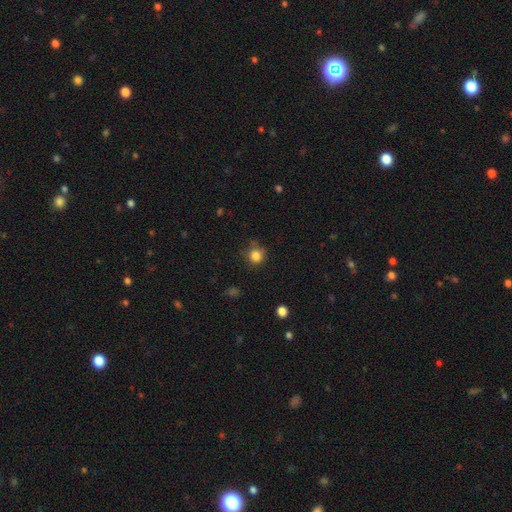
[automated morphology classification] smooth 83%, star or artifact 12%, featured or disk 5%. Down the decision tree: how rounded — round (90%); merging — none (75%).